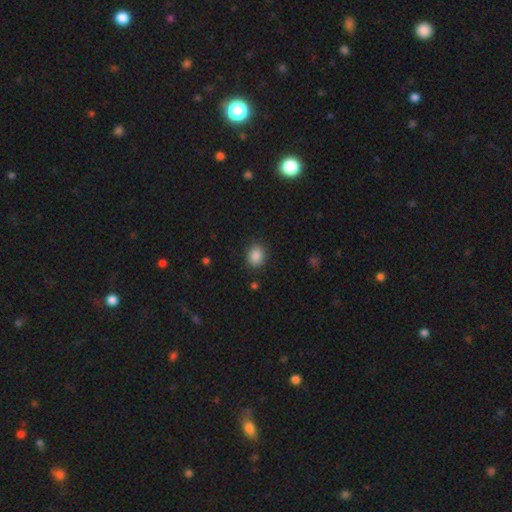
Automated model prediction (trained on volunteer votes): A smooth galaxy with no disk features (88%) that is round (53%). Merging: none (87%).